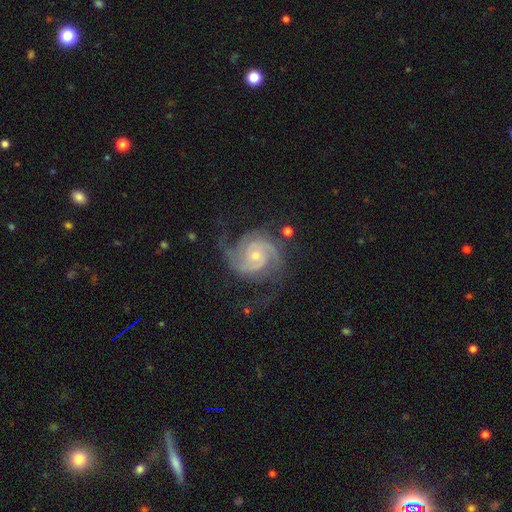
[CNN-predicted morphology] A featured or disk galaxy (92%) with no bar (66%), 2 (68%) tight (48%) spiral arms (98%) and a small central bulge (64%). Merging: none (71%).